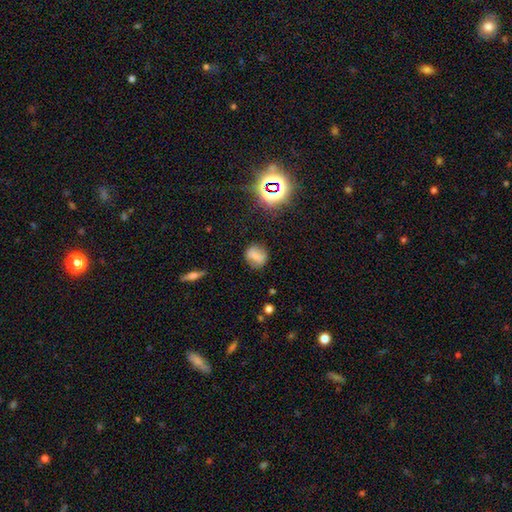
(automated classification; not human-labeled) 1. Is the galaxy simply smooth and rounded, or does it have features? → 68% smooth, 18% featured or disk, 14% star or artifact.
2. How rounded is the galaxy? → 66% round, 32% in between, 2% cigar-shaped.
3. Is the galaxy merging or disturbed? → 79% none, 14% minor disturbance, 4% major disturbance, 3% merger.